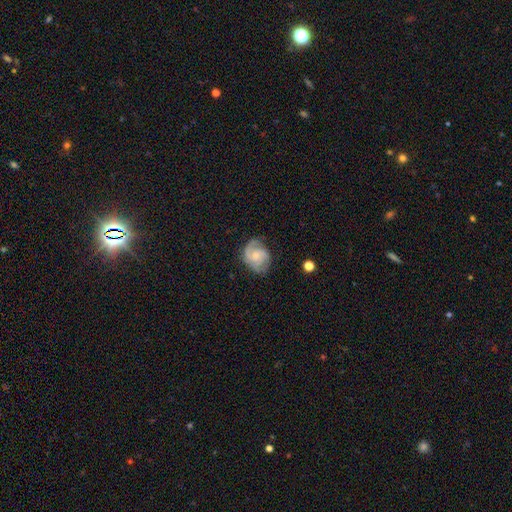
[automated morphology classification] This is likely a featured or disk galaxy (77%). It is clearly not viewed edge-on (98%). Bar: likely no (64%). Spiral arm pattern: clearly yes (95%). Spiral arm count: possibly 2 (58%). Spiral winding: marginally medium (44%). Central bulge: possibly small (59%). Merging: likely none (66%).